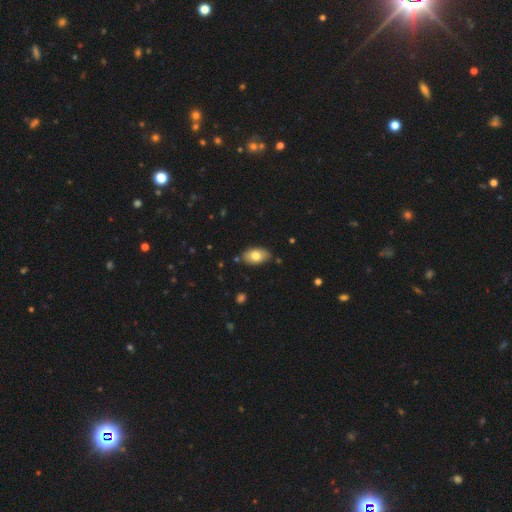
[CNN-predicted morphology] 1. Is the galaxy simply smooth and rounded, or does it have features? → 78% smooth, 15% featured or disk, 7% star or artifact.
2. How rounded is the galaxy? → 93% in between, 5% round, 2% cigar-shaped.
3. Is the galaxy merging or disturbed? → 83% none, 13% minor disturbance, 2% major disturbance, 2% merger.